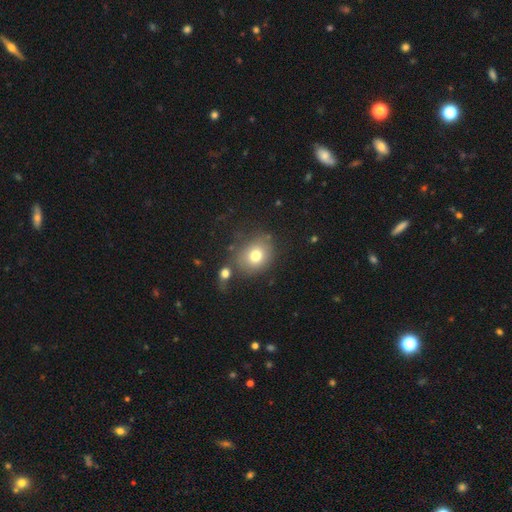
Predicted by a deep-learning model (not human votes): Smooth or featured?
  - smooth: 75% *
  - featured or disk: 14%
  - star or artifact: 11%
How rounded?
  - round: 60% *
  - in between: 39%
  - cigar-shaped: 1%
Merging?
  - none: 66% *
  - minor disturbance: 15%
  - merger: 11%
  - major disturbance: 8%